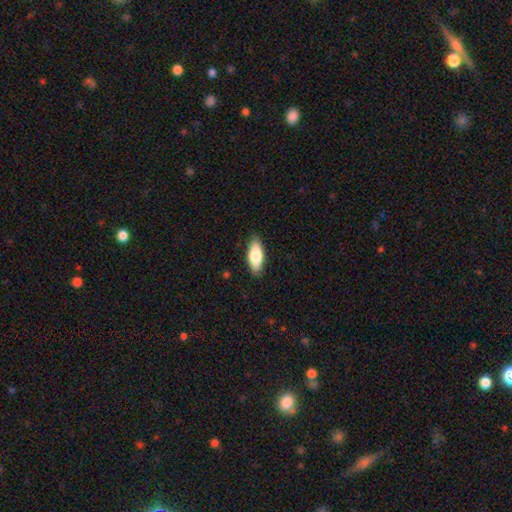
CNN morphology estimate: Smooth or featured? smooth (80%)
How rounded? in between (82%)
Merging? none (87%)